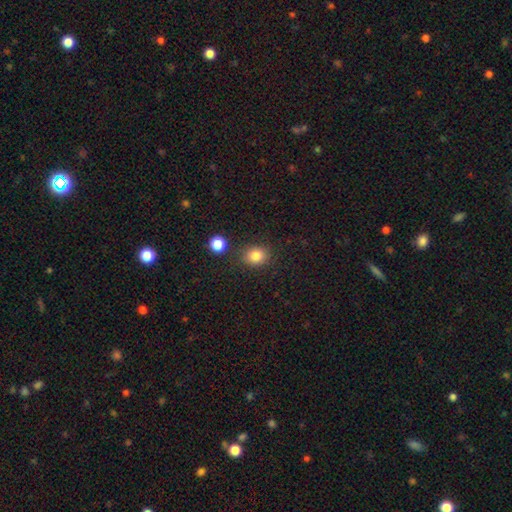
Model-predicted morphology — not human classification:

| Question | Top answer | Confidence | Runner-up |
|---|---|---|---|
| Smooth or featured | smooth | 83% | star or artifact (12%) |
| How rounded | round | 66% | in between (33%) |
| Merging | none | 80% | minor disturbance (11%) |